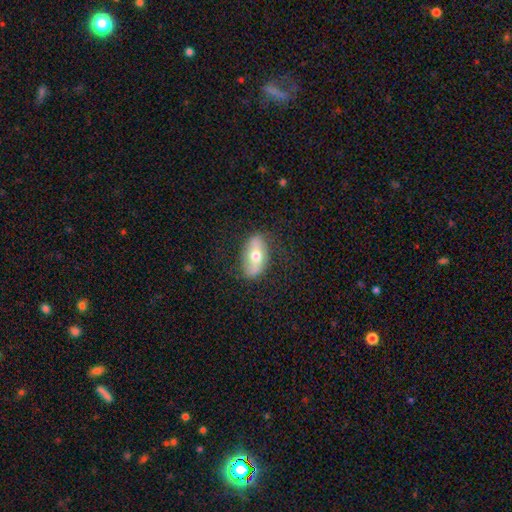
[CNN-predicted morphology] Overall: featured or disk (50%; smooth 44%). Edge-on disk: no (72%). Merging: none (80%).